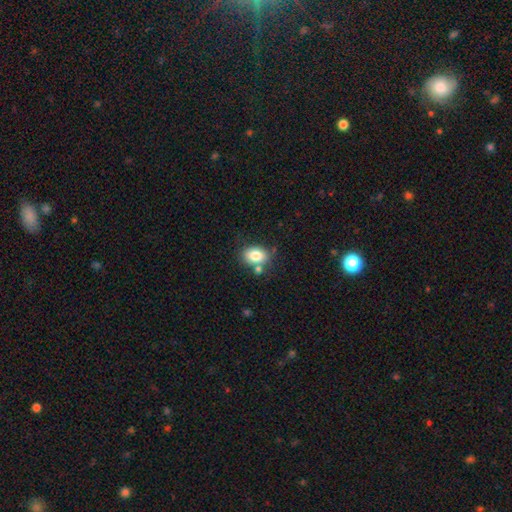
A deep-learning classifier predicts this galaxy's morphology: smooth_or_featured: smooth (p=0.82) [alt: star or artifact p=0.09]
how_rounded: in between (p=0.71) [alt: round p=0.28]
merging: none (p=0.67) [alt: minor disturbance p=0.15]